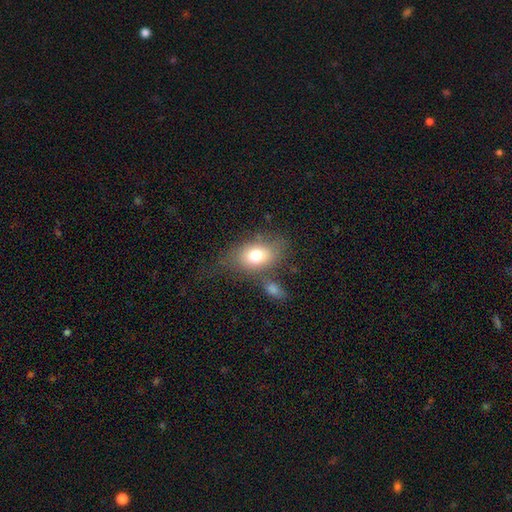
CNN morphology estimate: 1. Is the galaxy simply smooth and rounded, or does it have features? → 73% smooth, 18% featured or disk, 9% star or artifact.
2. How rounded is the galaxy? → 76% in between, 22% round, 2% cigar-shaped.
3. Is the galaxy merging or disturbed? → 53% none, 19% minor disturbance, 16% merger, 12% major disturbance.